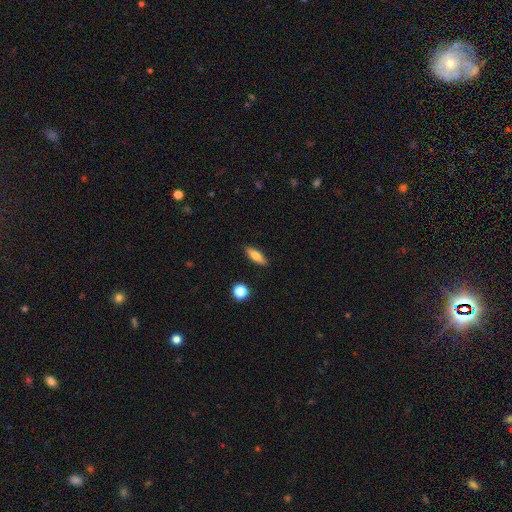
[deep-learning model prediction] smooth-or-featured: smooth: 72% | featured or disk: 21% | star or artifact: 8%
  how-rounded: in between: 60% | cigar-shaped: 37% | round: 4%
  merging: none: 89% | minor disturbance: 8% | major disturbance: 2% | merger: 1%